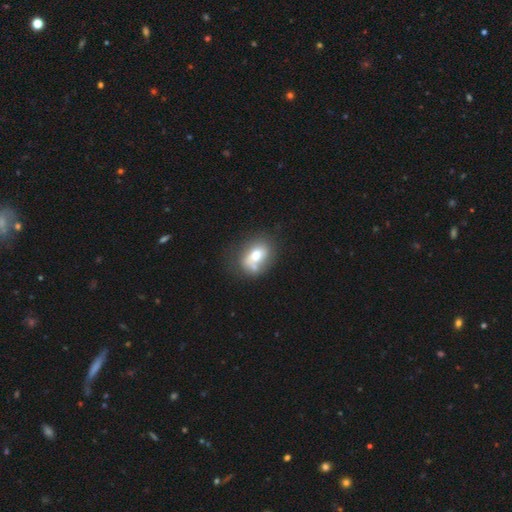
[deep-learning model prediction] A smooth galaxy with no disk features (62%) that is in between round and cigar-shaped (66%).

Vote fractions:
- Smooth or featured? smooth: 62% / featured or disk: 28% / star or artifact: 9%
- How rounded? in between: 66% / round: 32% / cigar-shaped: 2%
- Merging? none: 44% / merger: 23% / minor disturbance: 22% / major disturbance: 11%